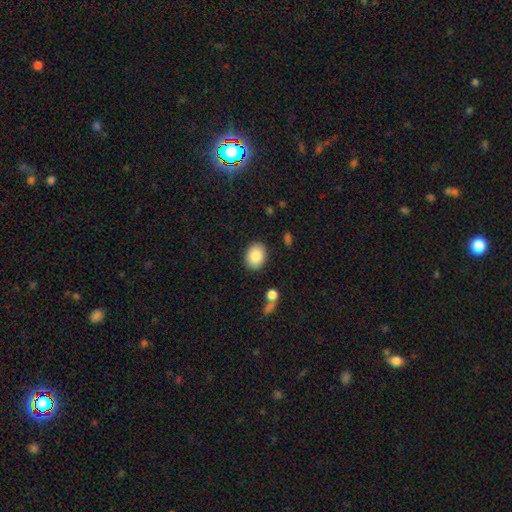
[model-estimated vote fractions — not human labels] Smooth or featured? Predicted: smooth (p=0.88). How rounded? Predicted: in between (p=0.66). Merging? Predicted: none (p=0.86).